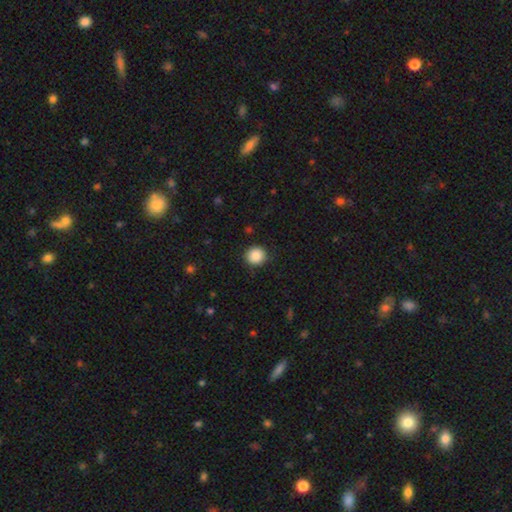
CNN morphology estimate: Overall: smooth (87%). How rounded: round (91%). Merging: none (88%).